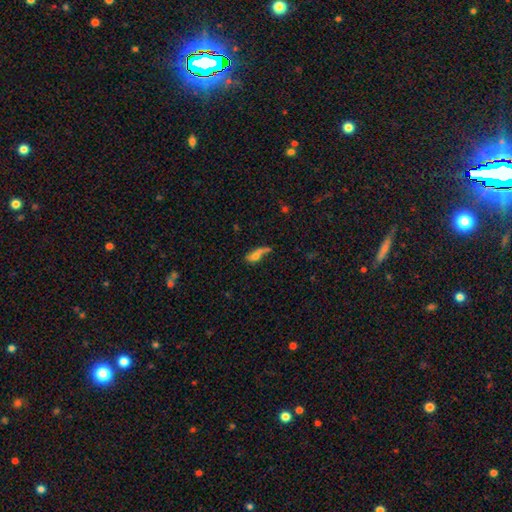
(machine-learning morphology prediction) This is possibly a smooth galaxy (54%). How rounded: possibly in between (58%). Merging: marginally none (28%).